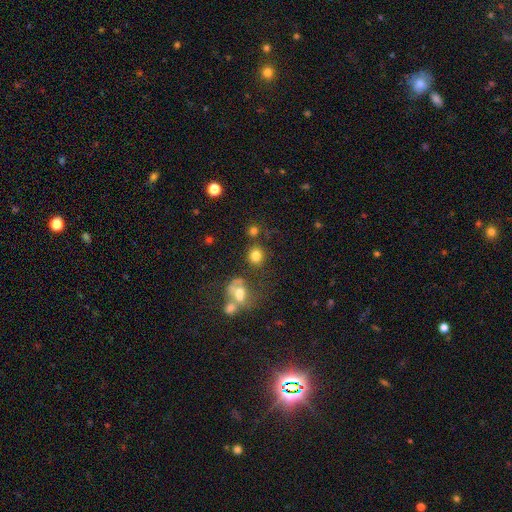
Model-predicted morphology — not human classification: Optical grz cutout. It shows a smooth galaxy with no disk features (79%) that is round (81%). Merging: none (66%).